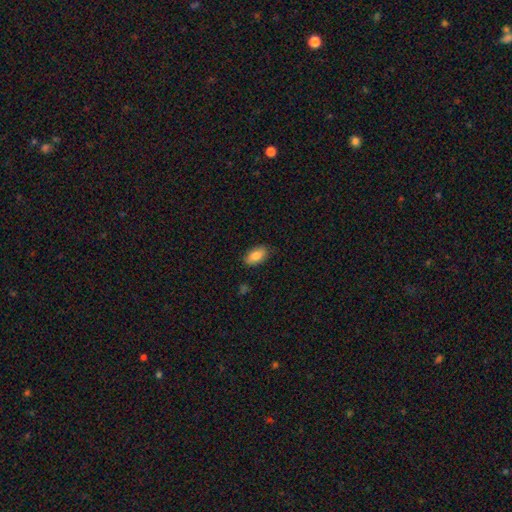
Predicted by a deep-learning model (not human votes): smooth-or-featured: smooth: 83% | featured or disk: 10% | star or artifact: 7%
  how-rounded: in between: 92% | round: 5% | cigar-shaped: 4%
  merging: none: 85% | minor disturbance: 12% | major disturbance: 2% | merger: 1%